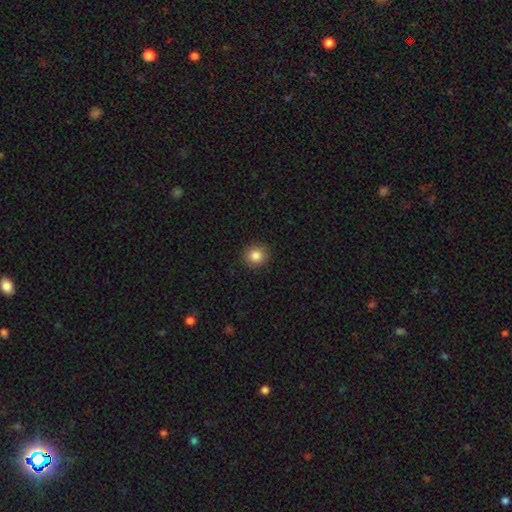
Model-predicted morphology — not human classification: type=smooth (85%); roundness=round (89%); merging=none (91%).